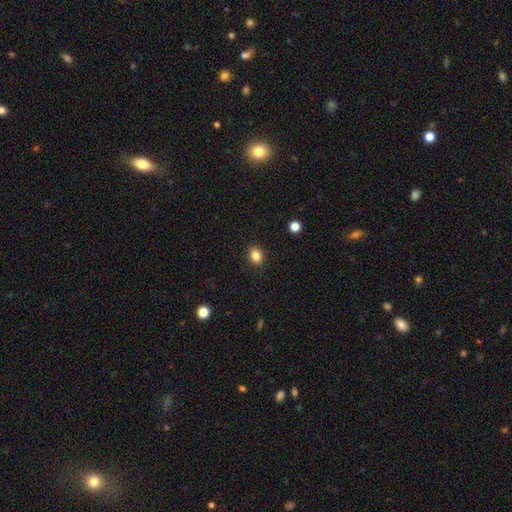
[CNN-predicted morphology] type=smooth (84%); roundness=in between (57%); merging=none (90%).